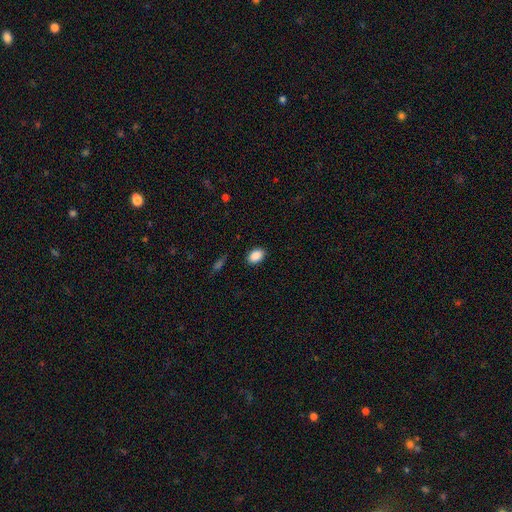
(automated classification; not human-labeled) smooth-or-featured: smooth: 89% | star or artifact: 8% | featured or disk: 3%
  how-rounded: in between: 82% | round: 17% | cigar-shaped: 1%
  merging: none: 88% | minor disturbance: 9% | major disturbance: 2% | merger: 1%